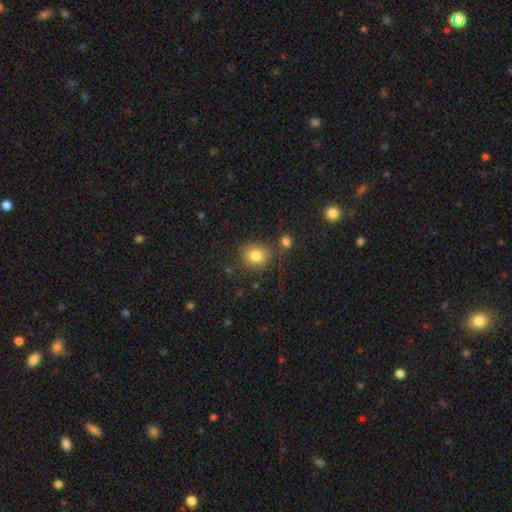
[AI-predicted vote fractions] smooth-or-featured: smooth: 82% | star or artifact: 10% | featured or disk: 8%
  how-rounded: round: 82% | in between: 17% | cigar-shaped: 1%
  merging: none: 75% | minor disturbance: 11% | merger: 9% | major disturbance: 5%